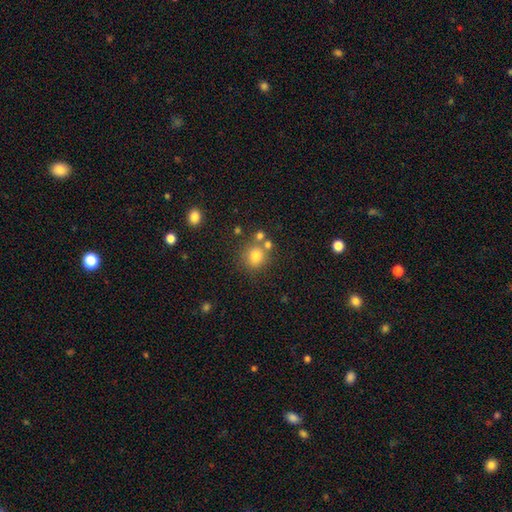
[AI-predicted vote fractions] The model was most divided on "merging": none: 68%, merger: 17%, minor disturbance: 11%, major disturbance: 4%. More confident: how rounded — round (87%); smooth or featured — smooth (77%).